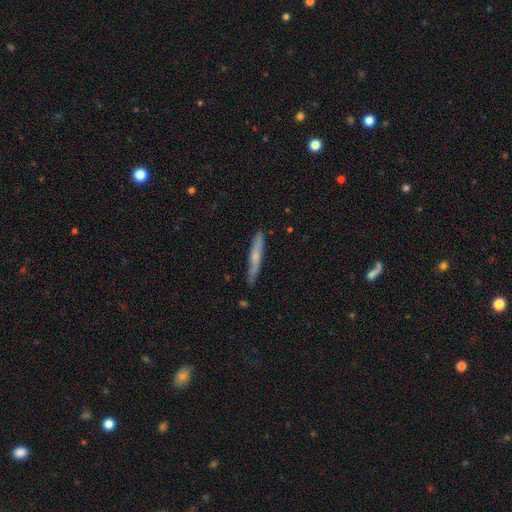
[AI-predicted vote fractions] Smooth or featured: smooth — 48% (featured or disk — 46%)
Merging: none — 84% (minor disturbance — 12%)